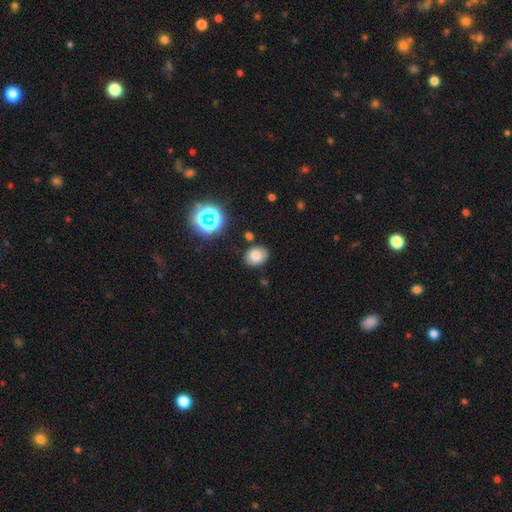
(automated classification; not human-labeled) Q: Smooth or featured?
A: smooth (78%); runner-up: star or artifact (14%)
Q: How rounded?
A: in between (57%); runner-up: round (42%)
Q: Merging?
A: none (81%); runner-up: minor disturbance (12%)